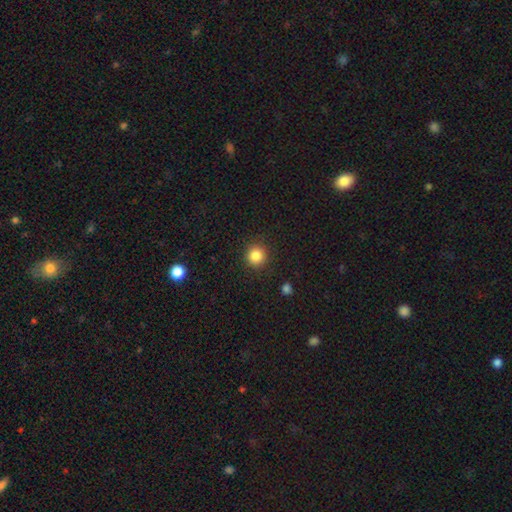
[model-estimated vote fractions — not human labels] Smooth or featured?
  - smooth: 85% *
  - star or artifact: 11%
  - featured or disk: 4%
How rounded?
  - round: 94% *
  - in between: 5%
  - cigar-shaped: 1%
Merging?
  - none: 91% *
  - minor disturbance: 6%
  - major disturbance: 2%
  - merger: 1%